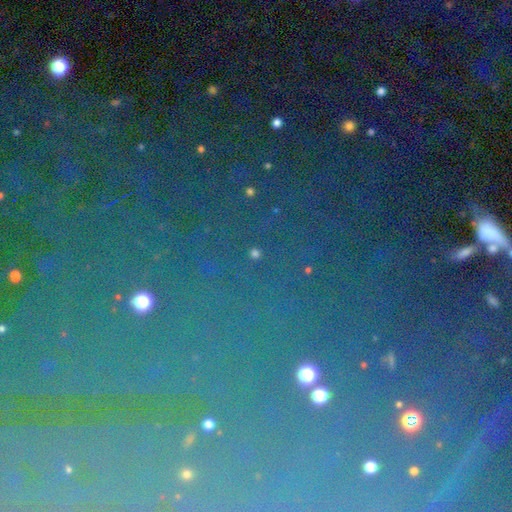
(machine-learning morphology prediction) This is likely a star or artifact rather than a galaxy (76%).